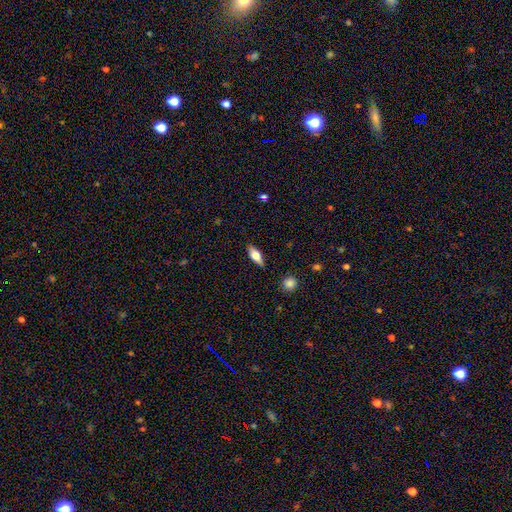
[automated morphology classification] This appears to be a smooth galaxy with no disk features (61%) that is in between round and cigar-shaped (70%). Merging: none (87%).